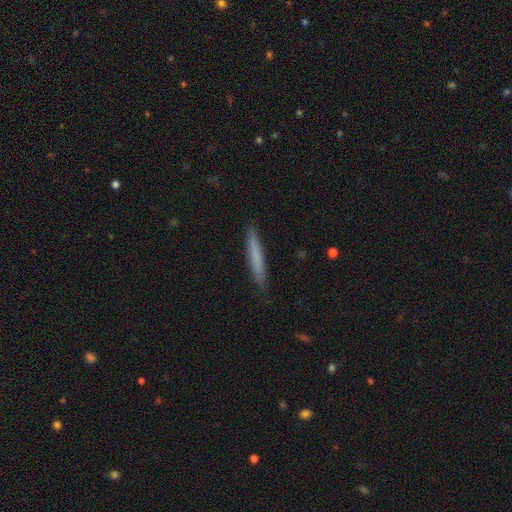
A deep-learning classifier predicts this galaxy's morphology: The model was most divided on "smooth or featured": smooth: 74%, featured or disk: 20%, star or artifact: 6%. More confident: how rounded — cigar-shaped (96%); merging — none (89%).